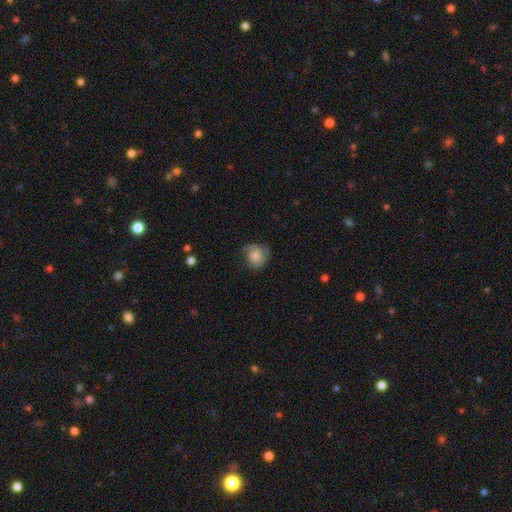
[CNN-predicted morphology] This is likely a smooth galaxy (63%). How rounded: likely round (74%). Merging: possibly none (54%).